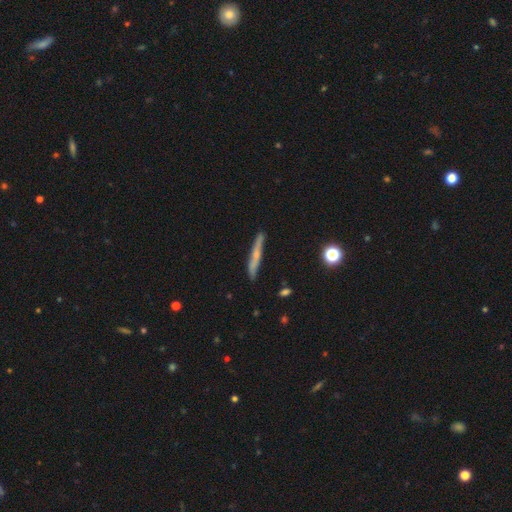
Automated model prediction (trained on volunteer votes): Overall: featured or disk (46%, tied with smooth). Merging: none (84%).